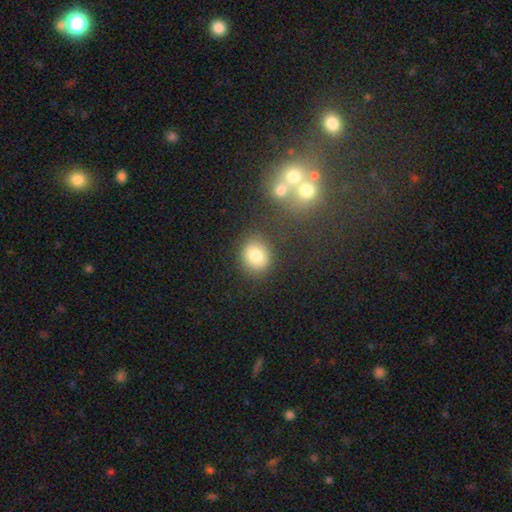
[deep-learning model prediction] smooth 79%, star or artifact 11%, featured or disk 10%. Down the decision tree: how rounded — round (75%); merging — none (82%).